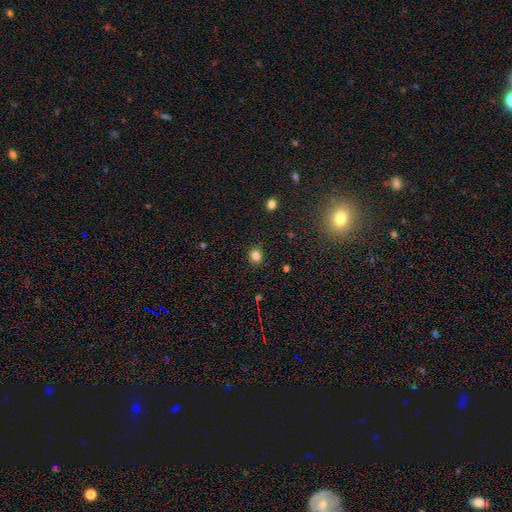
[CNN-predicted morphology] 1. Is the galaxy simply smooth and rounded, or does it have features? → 83% smooth, 13% star or artifact, 4% featured or disk.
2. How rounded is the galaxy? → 79% round, 20% in between, 1% cigar-shaped.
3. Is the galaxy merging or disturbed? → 88% none, 9% minor disturbance, 2% major disturbance, 1% merger.